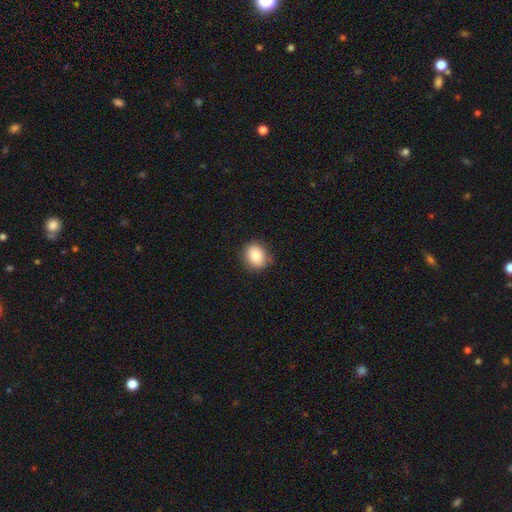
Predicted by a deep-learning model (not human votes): A smooth galaxy with no disk features (86%) that is round (56%).

Vote fractions:
- Smooth or featured? smooth: 86% / star or artifact: 8% / featured or disk: 6%
- How rounded? round: 56% / in between: 43% / cigar-shaped: 1%
- Merging? none: 83% / minor disturbance: 13% / major disturbance: 3% / merger: 1%